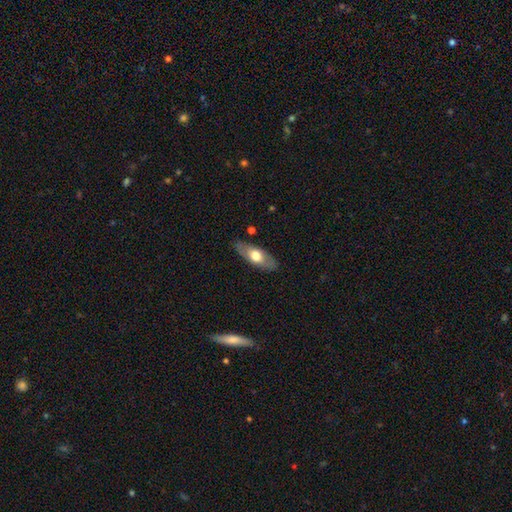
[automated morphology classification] A smooth galaxy with no disk features (55%) that is in between round and cigar-shaped (76%). Merging: none (84%).